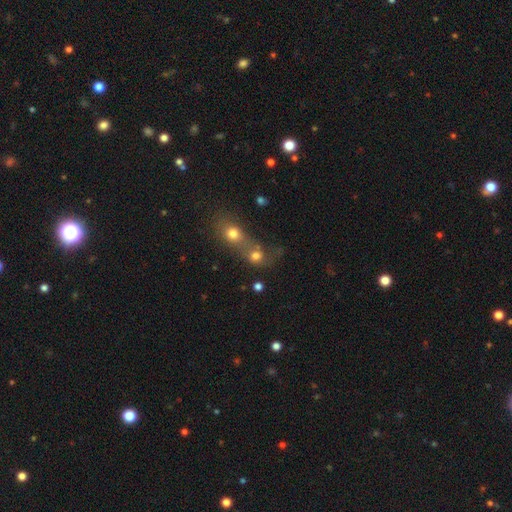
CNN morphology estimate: Smooth or featured? Predicted: smooth (p=0.72). How rounded? Predicted: round (p=0.72). Merging? Predicted: merger (p=0.67).